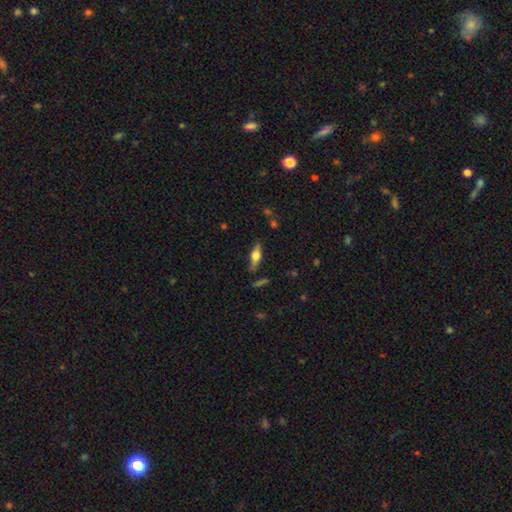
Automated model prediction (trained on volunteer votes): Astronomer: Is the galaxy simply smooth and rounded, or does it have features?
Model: smooth — 55% (runner-up: featured or disk, 38%).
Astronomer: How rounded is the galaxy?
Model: in between — 54% (runner-up: cigar-shaped, 43%).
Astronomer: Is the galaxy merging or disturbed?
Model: none — 76%.